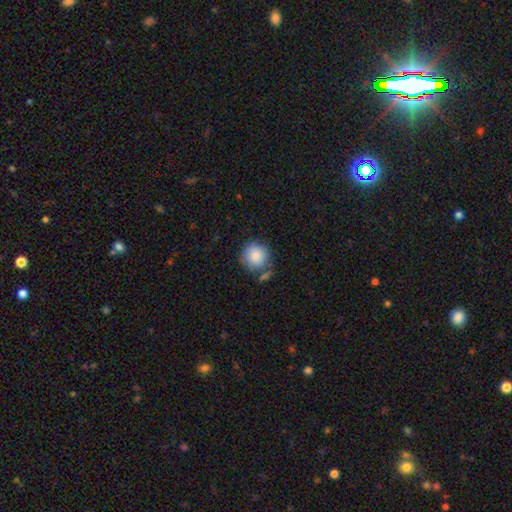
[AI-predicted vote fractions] Smooth or featured?
  - smooth: 86% *
  - star or artifact: 7%
  - featured or disk: 7%
How rounded?
  - round: 92% *
  - in between: 7%
  - cigar-shaped: 1%
Merging?
  - none: 66% *
  - minor disturbance: 16%
  - merger: 13%
  - major disturbance: 5%